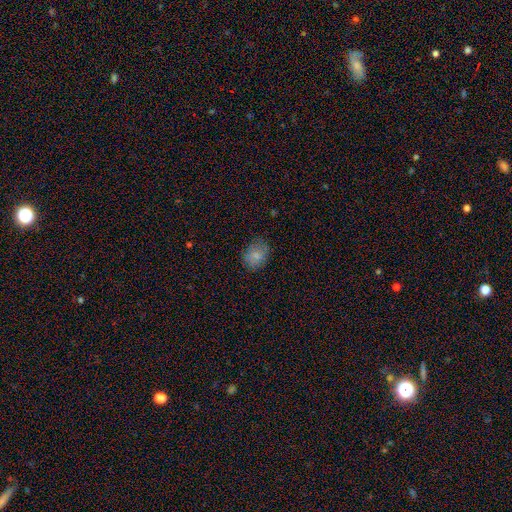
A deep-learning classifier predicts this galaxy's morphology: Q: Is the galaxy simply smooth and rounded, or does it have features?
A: smooth — 81%.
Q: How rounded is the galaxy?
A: in between — 59%.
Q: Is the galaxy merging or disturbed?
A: none — 77%.